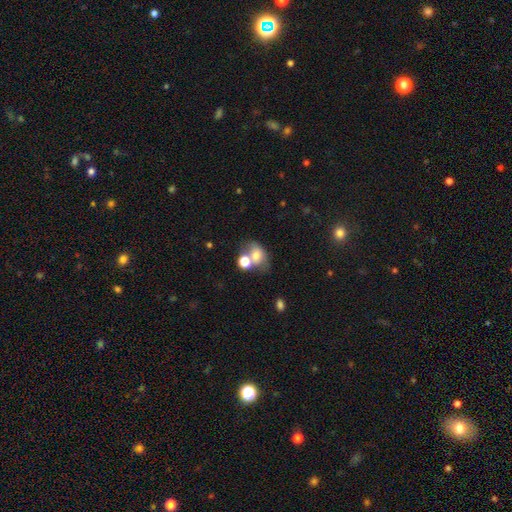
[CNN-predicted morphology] smooth_or_featured: smooth (p=0.68) [alt: featured or disk p=0.20]
how_rounded: in between (p=0.60) [alt: round p=0.38]
merging: merger (p=0.42) [alt: none p=0.33]